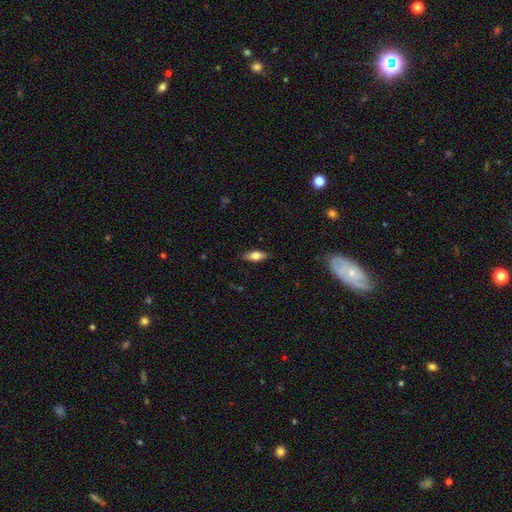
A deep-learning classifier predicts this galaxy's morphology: type=smooth (70%); roundness=in between (73%); merging=none (86%).